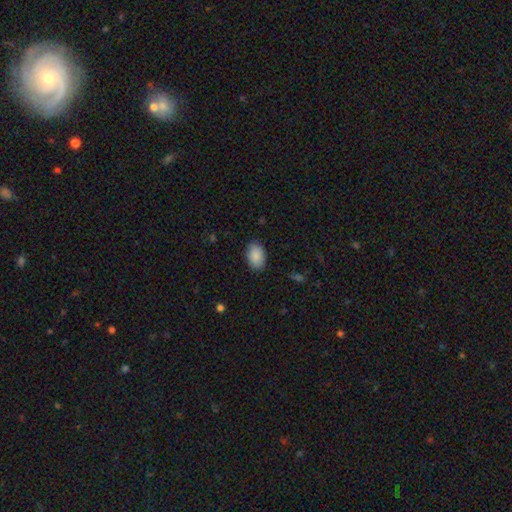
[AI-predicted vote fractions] Smooth or featured: smooth — 90% (star or artifact — 6%)
How rounded: in between — 91% (round — 8%)
Merging: none — 88% (minor disturbance — 9%)